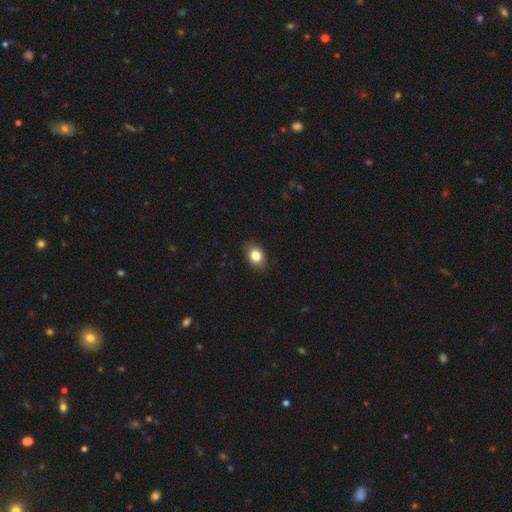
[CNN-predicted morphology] smooth 83%, star or artifact 9%, featured or disk 8%. Down the decision tree: how rounded — in between (68%); merging — none (86%).